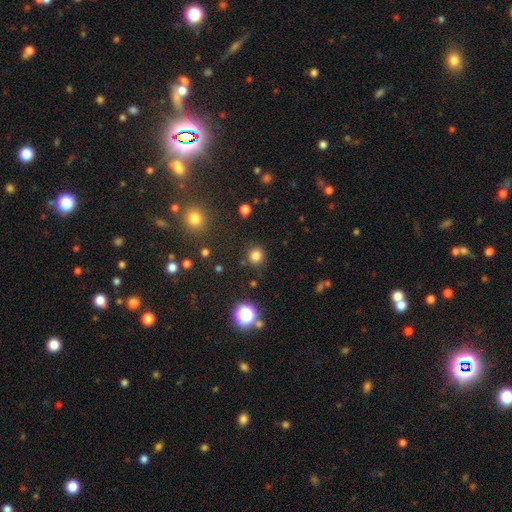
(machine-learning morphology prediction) A smooth galaxy with no disk features (80%) that is round (91%).

Vote fractions:
- Smooth or featured? smooth: 80% / star or artifact: 16% / featured or disk: 4%
- How rounded? round: 91% / in between: 8% / cigar-shaped: 1%
- Merging? none: 89% / minor disturbance: 7% / major disturbance: 3% / merger: 2%